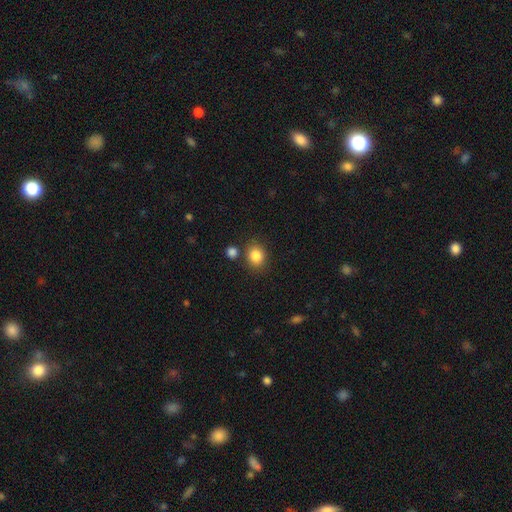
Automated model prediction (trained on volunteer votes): Smooth or featured: smooth — 85% (star or artifact — 10%)
How rounded: round — 66% (in between — 33%)
Merging: none — 78% (minor disturbance — 11%)